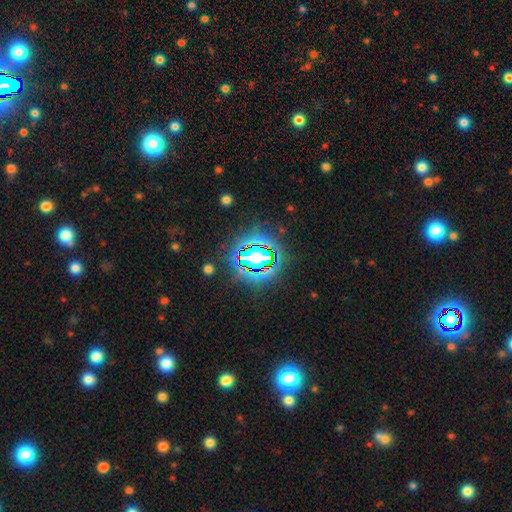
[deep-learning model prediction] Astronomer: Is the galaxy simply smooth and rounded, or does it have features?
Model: star or artifact — 75%.